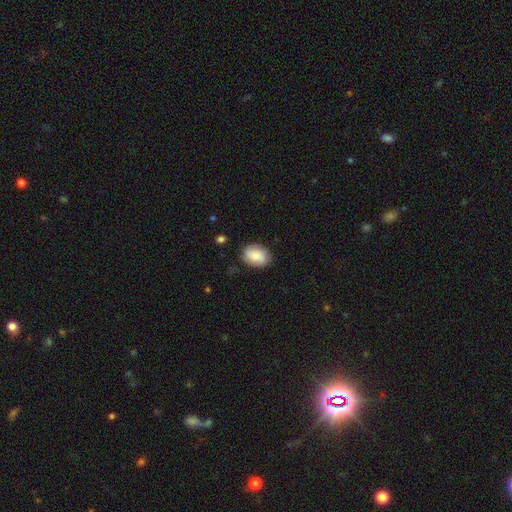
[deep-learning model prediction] Q: Smooth or featured?
A: smooth (79%); runner-up: featured or disk (14%)
Q: How rounded?
A: in between (76%); runner-up: round (23%)
Q: Merging?
A: none (82%); runner-up: minor disturbance (13%)